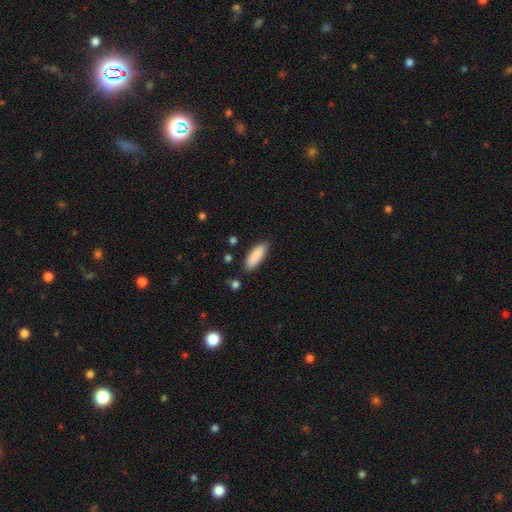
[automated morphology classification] smooth 88%, star or artifact 6%, featured or disk 6%. Down the decision tree: how rounded — in between (61%); merging — none (85%).